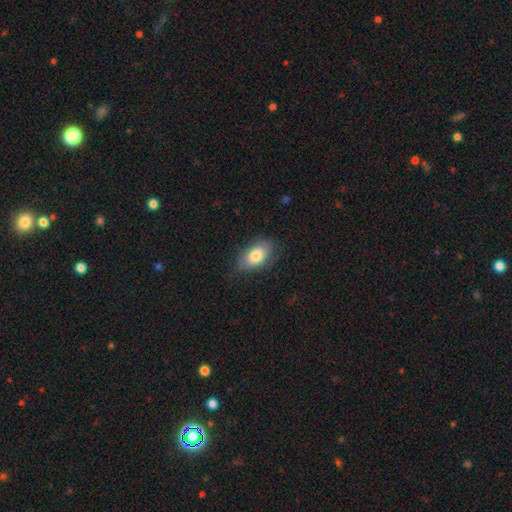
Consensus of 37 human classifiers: Q: Smooth or featured?
A: smooth (84%); runner-up: featured or disk (11%)
Q: How rounded?
A: in between (94%); runner-up: round (3%)
Q: Merging?
A: none (80%); runner-up: minor disturbance (14%)